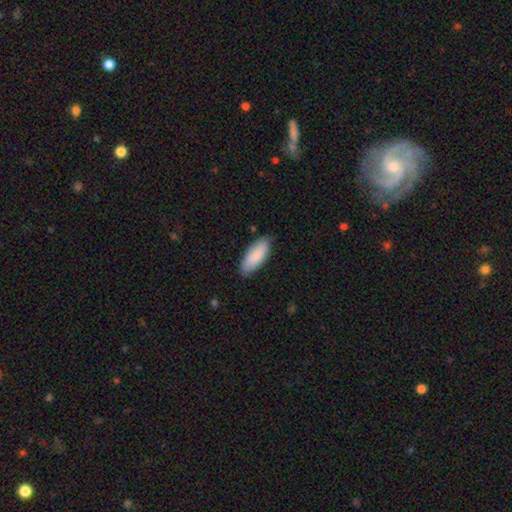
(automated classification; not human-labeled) This is clearly a smooth galaxy (88%). How rounded: likely in between (76%). Merging: clearly none (84%).